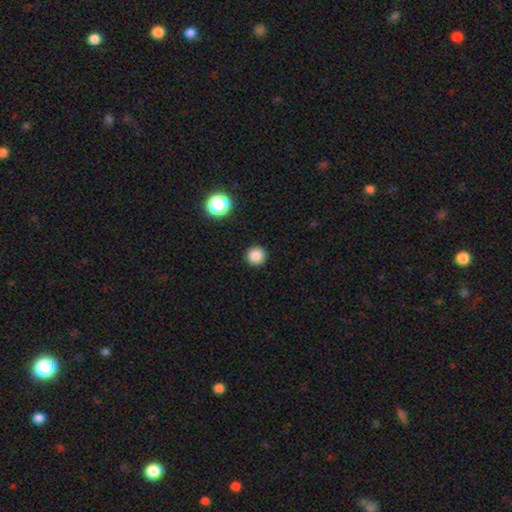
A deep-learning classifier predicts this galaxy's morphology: This appears to be a smooth galaxy with no disk features (85%) that is round (95%). Merging: none (93%).